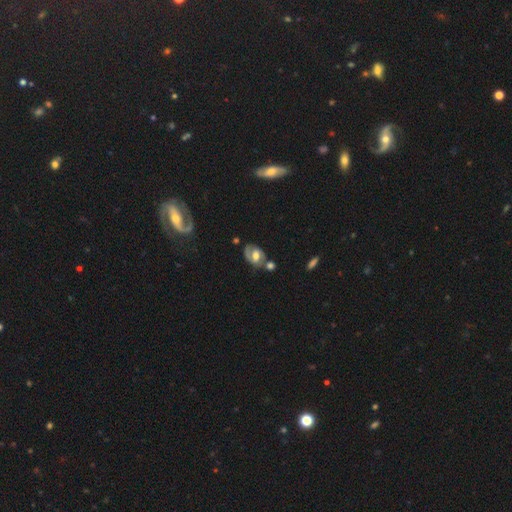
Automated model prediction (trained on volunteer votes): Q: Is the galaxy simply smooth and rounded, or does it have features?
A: featured or disk — 68%.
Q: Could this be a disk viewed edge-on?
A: no — 96%.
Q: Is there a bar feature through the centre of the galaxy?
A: weak — 43%.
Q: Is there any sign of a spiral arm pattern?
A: yes — 81%.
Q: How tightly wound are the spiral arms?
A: medium — 49%.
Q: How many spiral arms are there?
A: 2 — 76%.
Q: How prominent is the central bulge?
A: moderate — 60%.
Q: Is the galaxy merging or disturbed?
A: none — 53%.